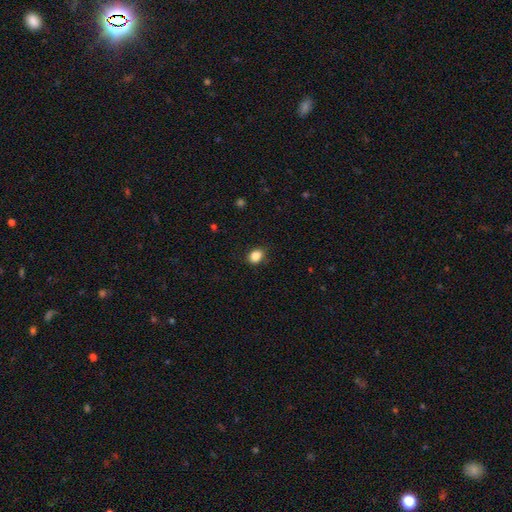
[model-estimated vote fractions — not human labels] Smooth or featured? smooth (86%)
How rounded? in between (53%)
Merging? none (84%)